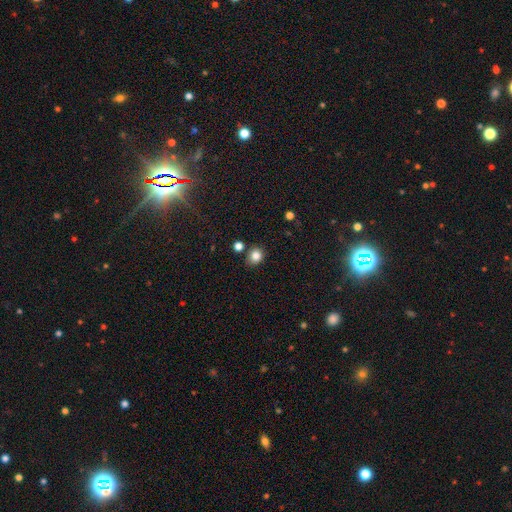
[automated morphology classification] Smooth or featured? Predicted: smooth (p=0.83). How rounded? Predicted: round (p=0.71). Merging? Predicted: none (p=0.76).